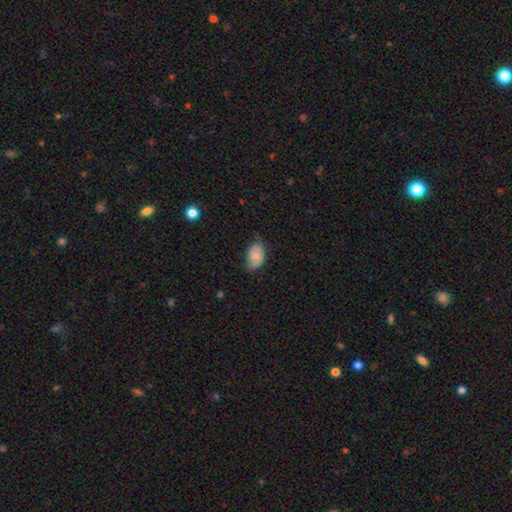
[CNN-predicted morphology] A smooth galaxy with no disk features (67%) that is in between round and cigar-shaped (89%).

Vote fractions:
- Smooth or featured? smooth: 67% / featured or disk: 24% / star or artifact: 8%
- How rounded? in between: 89% / round: 10% / cigar-shaped: 1%
- Merging? none: 49% / minor disturbance: 38% / major disturbance: 11% / merger: 2%